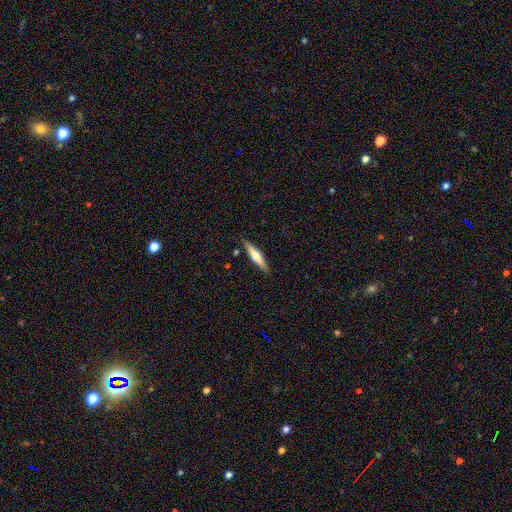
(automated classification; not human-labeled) Morphology: type=smooth (50%); roundness=cigar-shaped (82%); merging=none (87%).